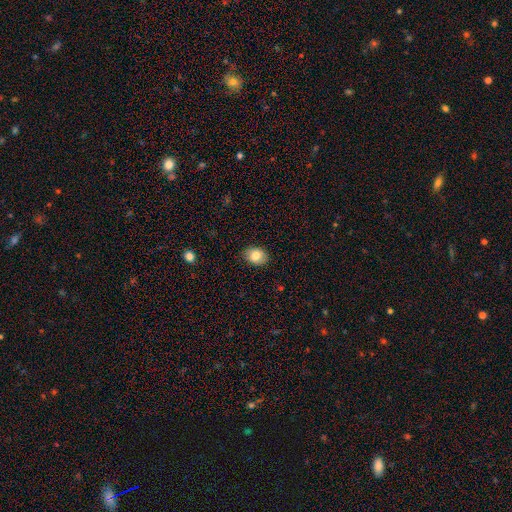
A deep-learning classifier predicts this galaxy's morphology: Q: Smooth or featured?
A: smooth (81%); runner-up: featured or disk (11%)
Q: How rounded?
A: in between (66%); runner-up: round (33%)
Q: Merging?
A: none (85%); runner-up: minor disturbance (12%)